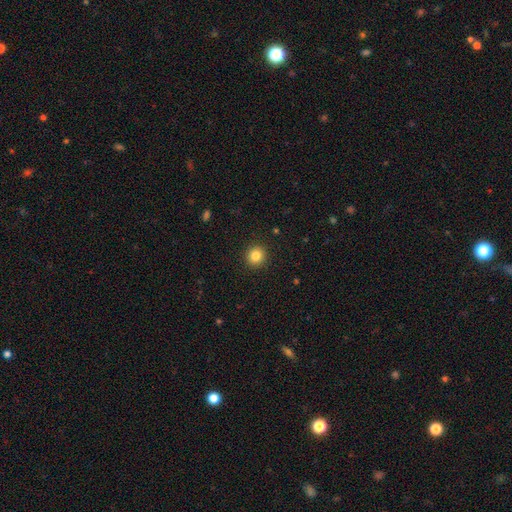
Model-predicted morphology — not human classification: The model was most divided on "smooth or featured": smooth: 84%, star or artifact: 11%, featured or disk: 5%. More confident: merging — none (92%); how rounded — round (92%).